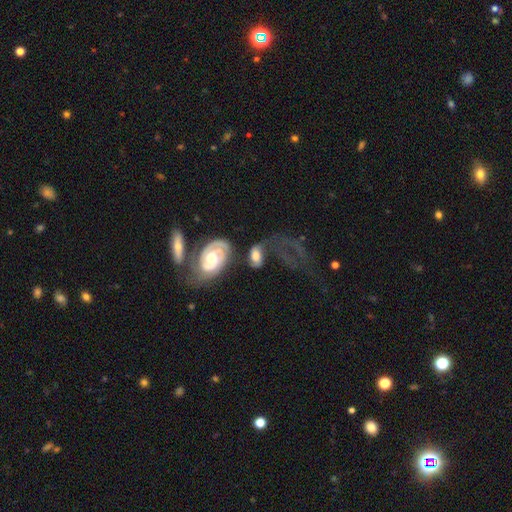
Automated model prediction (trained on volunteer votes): The model was most divided on "merging": none: 31%, merger: 27%, major disturbance: 26%, minor disturbance: 16%. More confident: edge-on disk — no (93%); spiral arms — yes (82%); bulge size — moderate (59%); bar — no (58%); smooth or featured — featured or disk (55%).